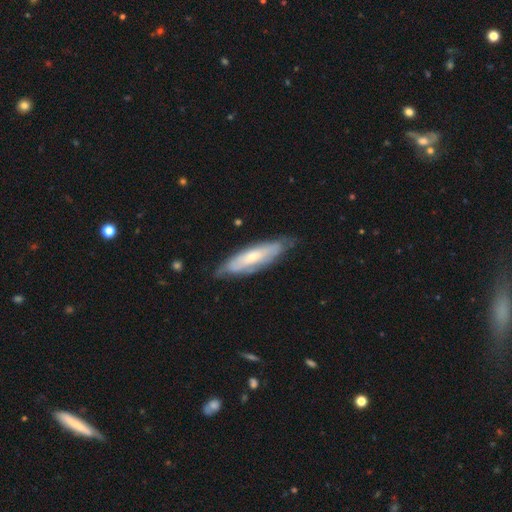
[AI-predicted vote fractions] This is possibly a featured or disk galaxy (57%). It is possibly not viewed edge-on (57%). Merging: likely none (78%).